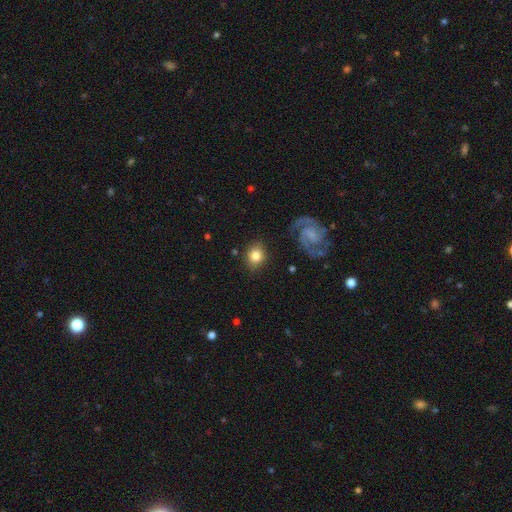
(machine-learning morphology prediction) This appears to be a smooth galaxy with no disk features (72%) that is round (59%). Merging: none (81%).